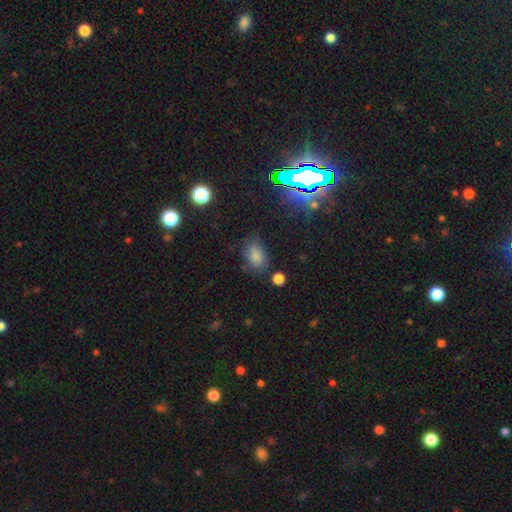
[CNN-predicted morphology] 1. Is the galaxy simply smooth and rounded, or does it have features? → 77% smooth, 15% star or artifact, 8% featured or disk.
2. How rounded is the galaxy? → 84% in between, 15% round, 2% cigar-shaped.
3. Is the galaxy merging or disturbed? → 68% none, 21% minor disturbance, 7% major disturbance, 4% merger.